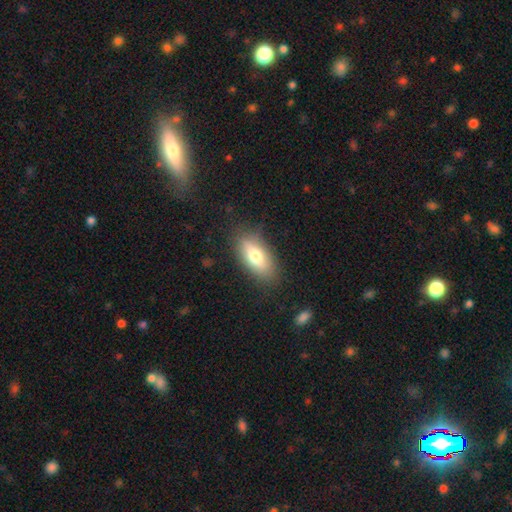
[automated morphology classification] smooth-or-featured: smooth: 70% | featured or disk: 22% | star or artifact: 8%
  how-rounded: in between: 83% | cigar-shaped: 13% | round: 4%
  merging: none: 81% | minor disturbance: 13% | major disturbance: 4% | merger: 1%